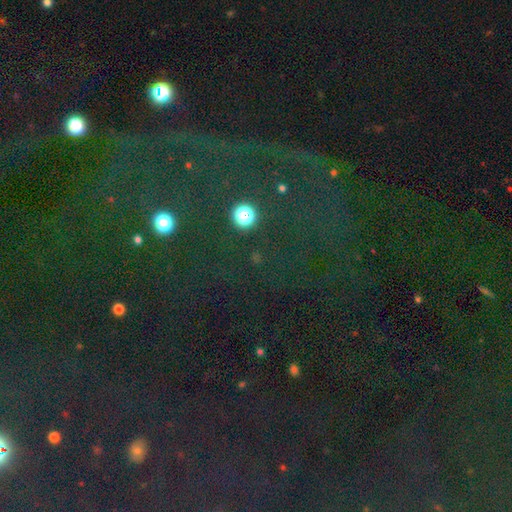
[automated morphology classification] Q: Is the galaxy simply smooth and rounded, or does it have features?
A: star or artifact — 80%.